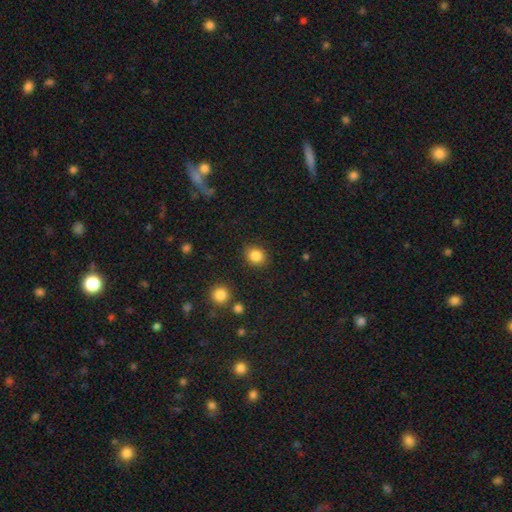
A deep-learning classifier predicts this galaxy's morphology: Smooth or featured? Predicted: smooth (p=0.85). How rounded? Predicted: round (p=0.65). Merging? Predicted: none (p=0.86).